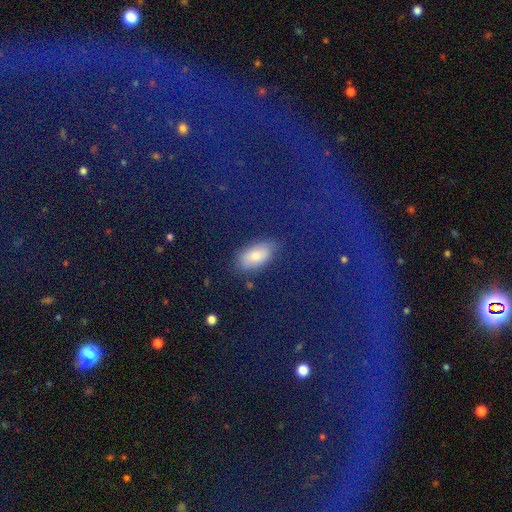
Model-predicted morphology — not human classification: smooth 66%, star or artifact 22%, featured or disk 13%. Down the decision tree: how rounded — in between (87%); merging — none (78%).